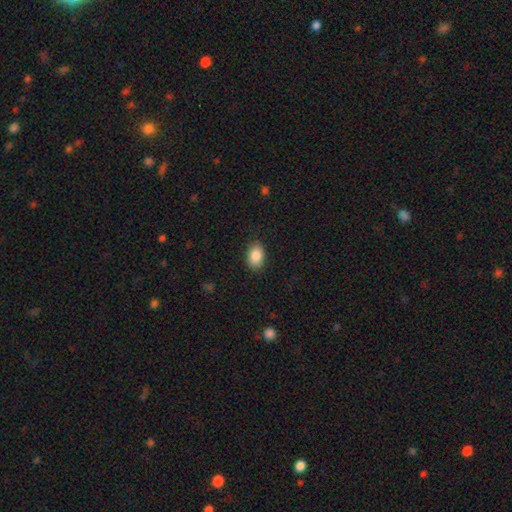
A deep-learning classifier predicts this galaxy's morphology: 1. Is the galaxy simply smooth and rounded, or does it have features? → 88% smooth, 7% star or artifact, 4% featured or disk.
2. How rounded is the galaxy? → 86% in between, 12% round, 1% cigar-shaped.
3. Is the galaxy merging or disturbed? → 88% none, 9% minor disturbance, 2% major disturbance, 1% merger.